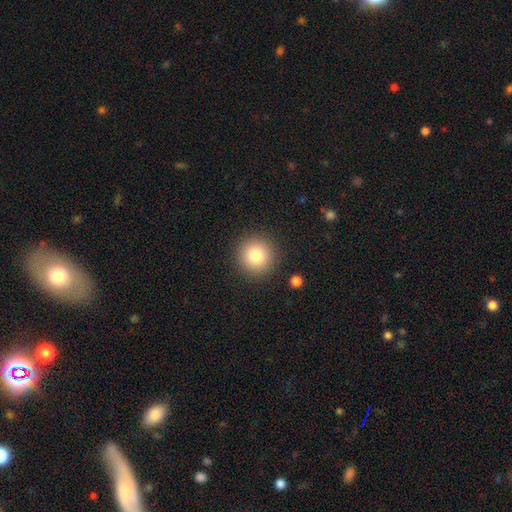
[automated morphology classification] The model was most divided on "smooth or featured": smooth: 81%, star or artifact: 11%, featured or disk: 8%. More confident: how rounded — round (95%); merging — none (90%).